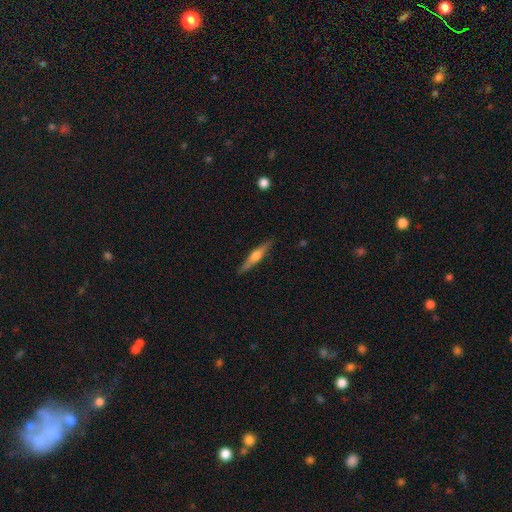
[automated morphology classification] Overall: featured or disk (60%; smooth 35%). Edge-on disk: yes (97%). Edge-on bulge: rounded (85%). Merging: none (88%).